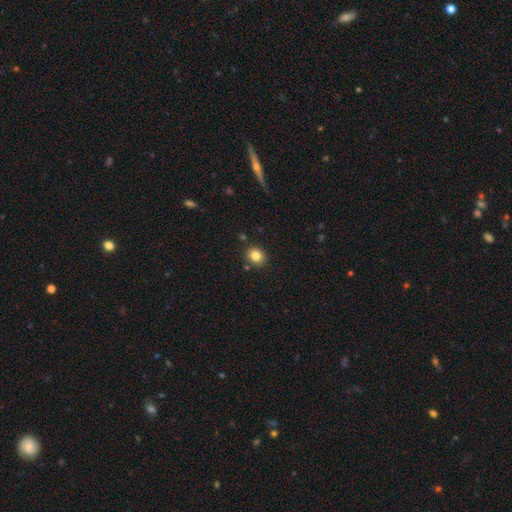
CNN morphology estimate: This is clearly a smooth galaxy (83%). How rounded: possibly round (60%). Merging: clearly none (86%).